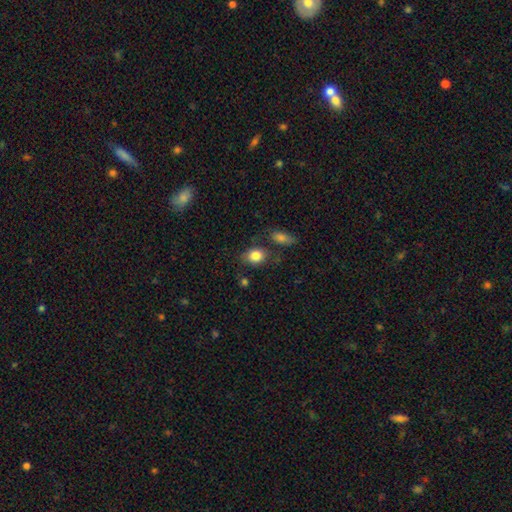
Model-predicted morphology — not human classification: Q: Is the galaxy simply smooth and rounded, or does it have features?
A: smooth — 84%.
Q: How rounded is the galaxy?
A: in between — 57%.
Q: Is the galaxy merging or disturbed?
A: none — 70%.